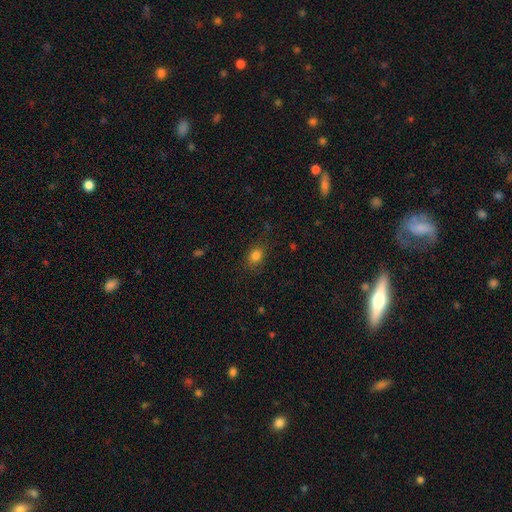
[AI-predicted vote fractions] Smooth or featured: smooth — 81% (star or artifact — 12%)
How rounded: in between — 52% (round — 47%)
Merging: none — 78% (minor disturbance — 15%)